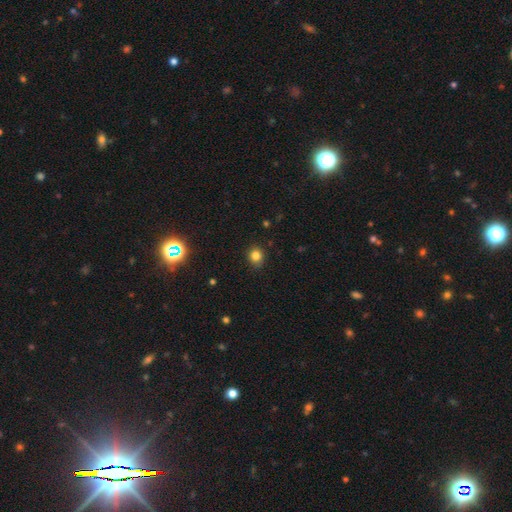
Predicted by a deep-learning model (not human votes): smooth-or-featured: smooth: 81% | star or artifact: 14% | featured or disk: 5%
  how-rounded: round: 79% | in between: 20% | cigar-shaped: 1%
  merging: none: 86% | minor disturbance: 11% | major disturbance: 2% | merger: 1%